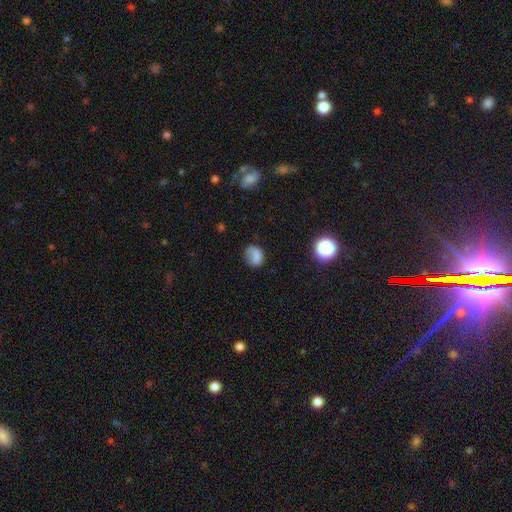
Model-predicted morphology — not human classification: This appears to be a smooth galaxy with no disk features (75%) that is round (60%). Merging: none (57%).